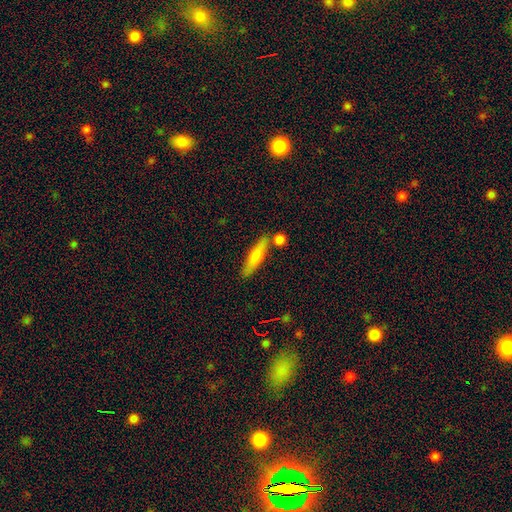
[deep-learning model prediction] The model was most divided on "smooth or featured": smooth: 64%, featured or disk: 29%, star or artifact: 6%. More confident: how rounded — cigar-shaped (79%); merging — none (75%).